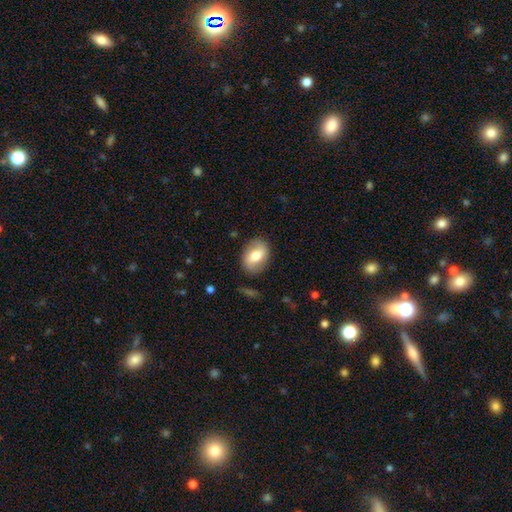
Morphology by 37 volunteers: Smooth or featured? 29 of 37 (78%) said smooth. How rounded? 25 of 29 (86%) said in between. Merging? 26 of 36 (72%) said none.